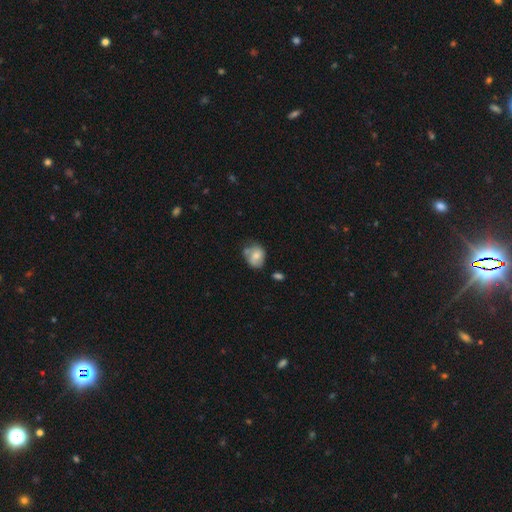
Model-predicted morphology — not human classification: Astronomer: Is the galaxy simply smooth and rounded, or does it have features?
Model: smooth — 63%.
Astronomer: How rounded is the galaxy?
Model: in between — 51% (runner-up: round, 48%).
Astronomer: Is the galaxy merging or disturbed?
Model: none — 44% (runner-up: minor disturbance, 31%).